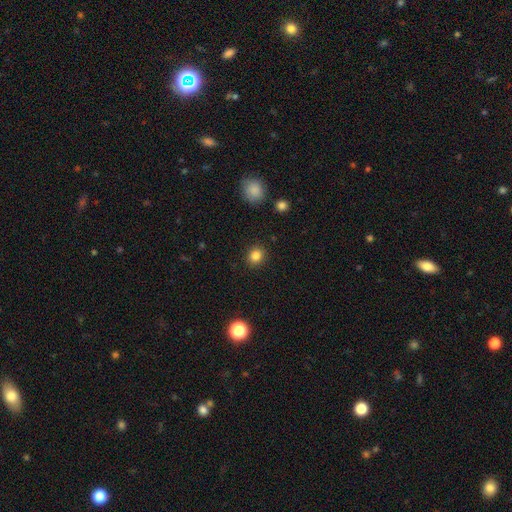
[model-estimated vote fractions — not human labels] This appears to be a smooth galaxy with no disk features (85%) that is round (79%). Merging: none (90%).